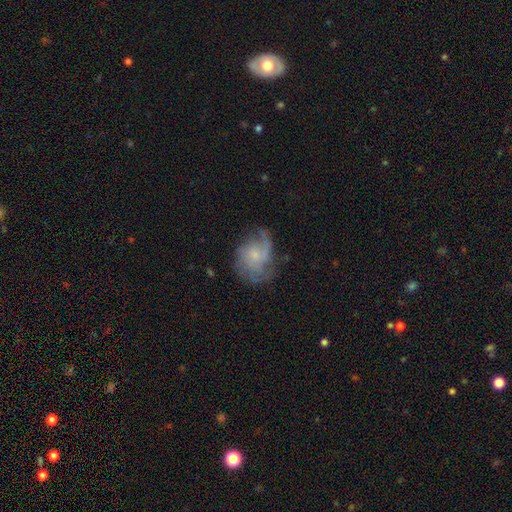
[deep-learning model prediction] smooth_or_featured: featured or disk (p=0.67) [alt: smooth p=0.25]
disk_edge_on: no (p=0.98) [alt: yes p=0.02]
bar: no (p=0.72) [alt: weak p=0.25]
has_spiral_arms: yes (p=0.87) [alt: no p=0.13]
spiral_winding: medium (p=0.41) [alt: loose p=0.38]
spiral_arm_count: 2 (p=0.29) [alt: can't tell p=0.27]
bulge_size: small (p=0.61) [alt: moderate p=0.25]
merging: none (p=0.52) [alt: minor disturbance p=0.25]